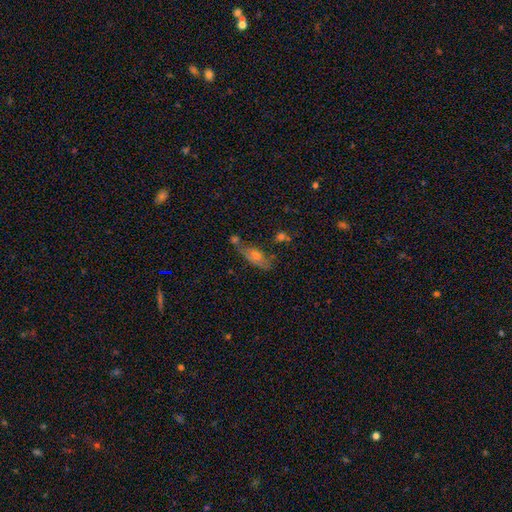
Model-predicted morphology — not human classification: Q: Smooth or featured?
A: smooth (51%); runner-up: featured or disk (36%)
Q: How rounded?
A: in between (67%); runner-up: cigar-shaped (25%)
Q: Merging?
A: none (50%); runner-up: minor disturbance (22%)